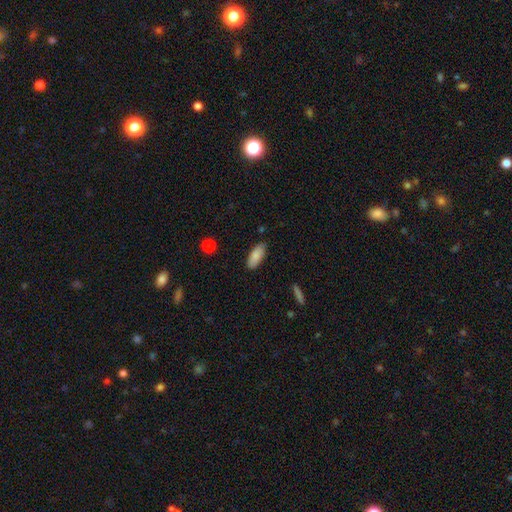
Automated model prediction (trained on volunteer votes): The model was most divided on "how rounded": in between: 84%, cigar-shaped: 15%, round: 2%. More confident: smooth or featured — smooth (85%); merging — none (83%).